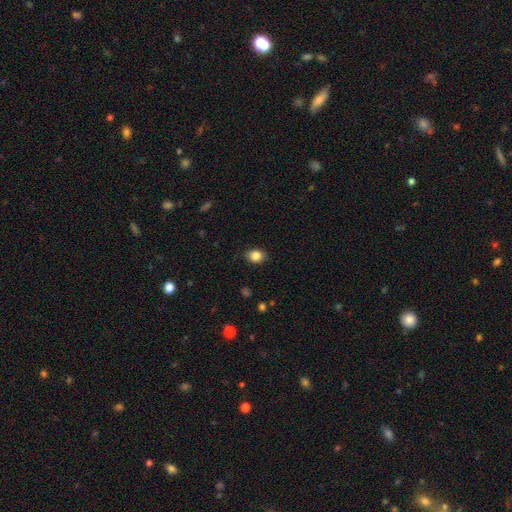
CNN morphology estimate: Smooth or featured?
  - smooth: 85% *
  - star or artifact: 9%
  - featured or disk: 6%
How rounded?
  - in between: 60% *
  - round: 39%
  - cigar-shaped: 1%
Merging?
  - none: 86% *
  - minor disturbance: 11%
  - major disturbance: 2%
  - merger: 1%